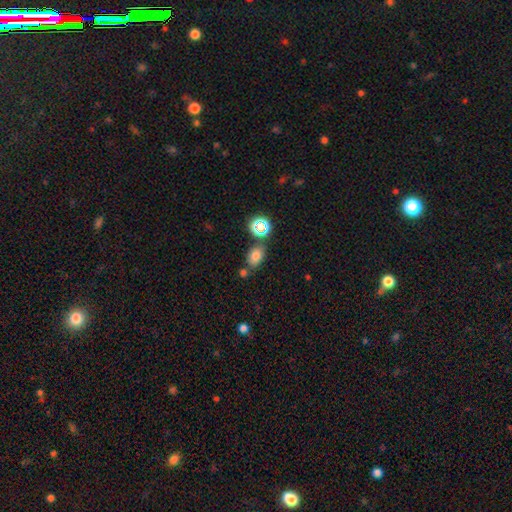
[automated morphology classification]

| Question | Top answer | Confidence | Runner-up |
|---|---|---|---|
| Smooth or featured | smooth | 73% | star or artifact (18%) |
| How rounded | in between | 76% | round (23%) |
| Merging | none | 68% | merger (14%) |